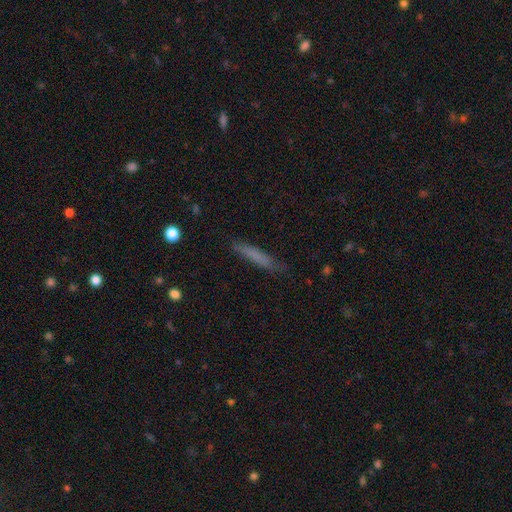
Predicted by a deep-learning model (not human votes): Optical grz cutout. It shows a smooth galaxy with no disk features (71%) that is cigar-shaped (92%). Merging: none (80%).